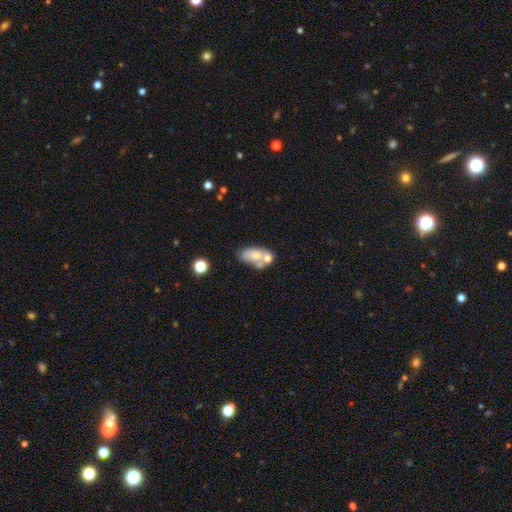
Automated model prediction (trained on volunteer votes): Overall: smooth (57%; featured or disk 34%). How rounded: in between (90%). Merging: merger (37%; none 34%).